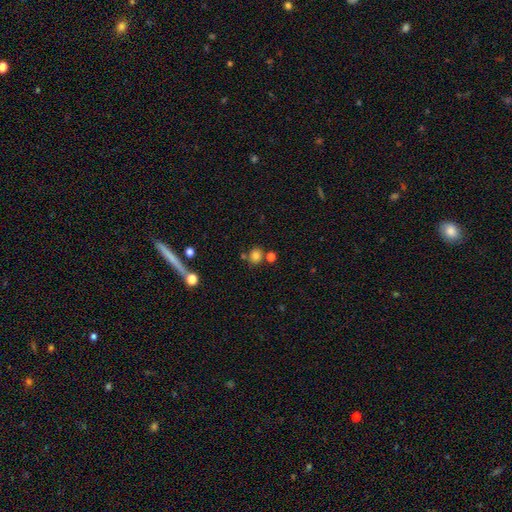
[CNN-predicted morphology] A smooth galaxy with no disk features (79%) that is round (82%).

Vote fractions:
- Smooth or featured? smooth: 79% / star or artifact: 14% / featured or disk: 7%
- How rounded? round: 82% / in between: 17% / cigar-shaped: 1%
- Merging? none: 72% / merger: 14% / minor disturbance: 10% / major disturbance: 4%